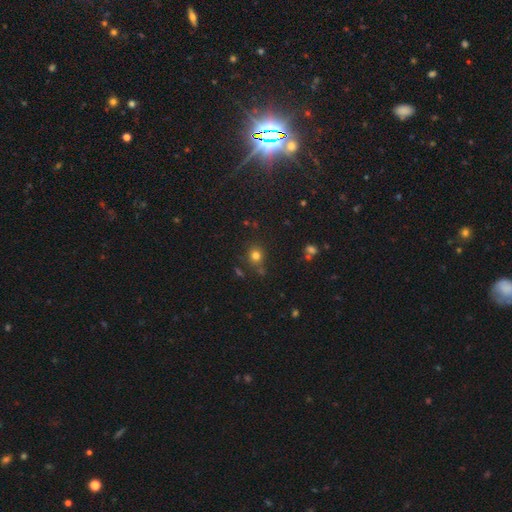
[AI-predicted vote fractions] The model was most divided on "smooth or featured": smooth: 76%, star or artifact: 17%, featured or disk: 7%. More confident: how rounded — round (81%); merging — none (77%).